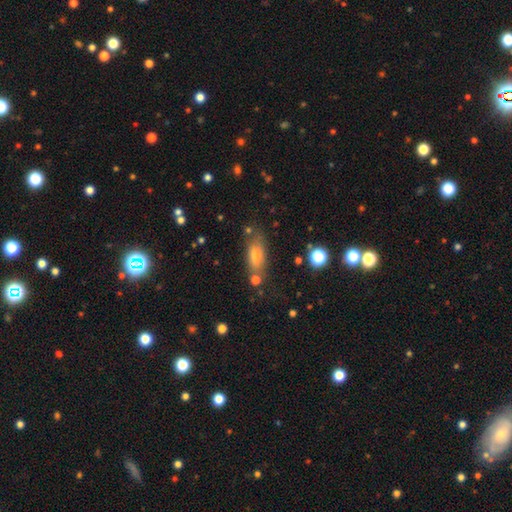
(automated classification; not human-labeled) A smooth galaxy with no disk features (71%) that is in between round and cigar-shaped (73%). Merging: none (71%).